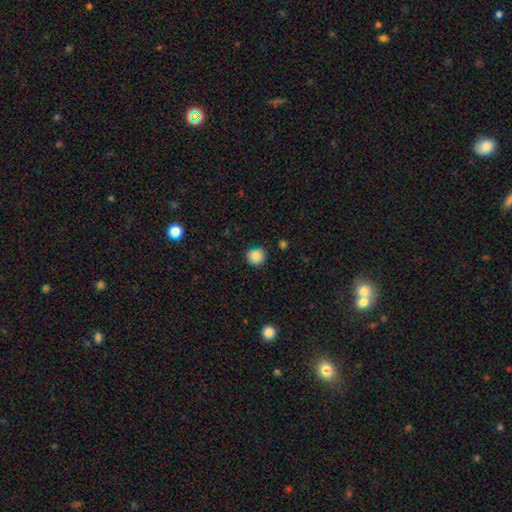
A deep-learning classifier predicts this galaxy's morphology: Overall: smooth (85%). How rounded: round (88%). Merging: none (78%).